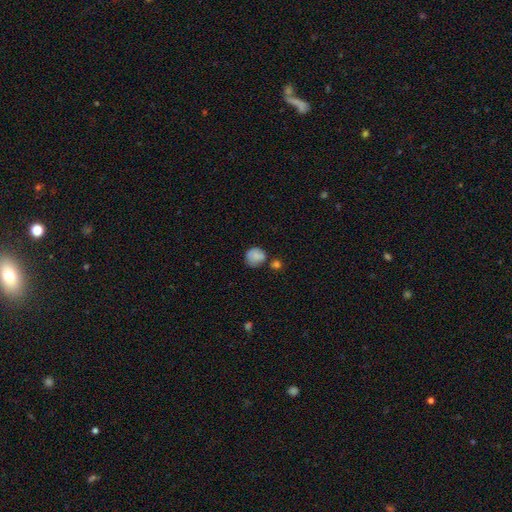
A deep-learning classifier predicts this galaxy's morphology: A smooth galaxy with no disk features (79%) that is round (78%).

Vote fractions:
- Smooth or featured? smooth: 79% / featured or disk: 12% / star or artifact: 9%
- How rounded? round: 78% / in between: 21% / cigar-shaped: 1%
- Merging? none: 55% / minor disturbance: 24% / merger: 14% / major disturbance: 8%